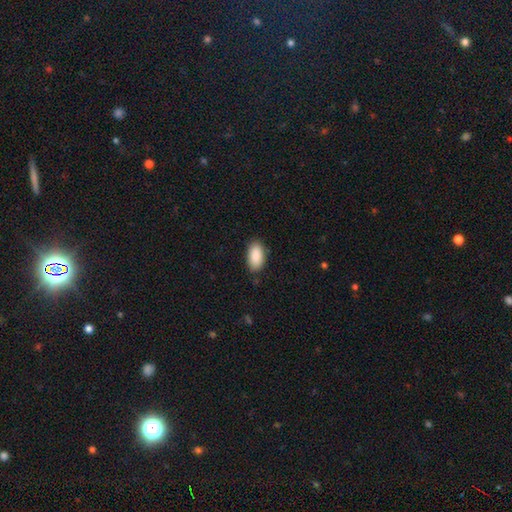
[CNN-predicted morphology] type=smooth (90%); roundness=in between (94%); merging=none (85%).